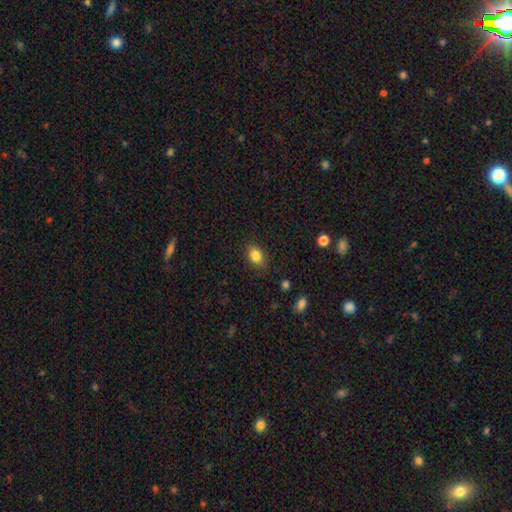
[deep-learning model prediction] Morphology: type=smooth (84%); roundness=in between (77%); merging=none (84%).